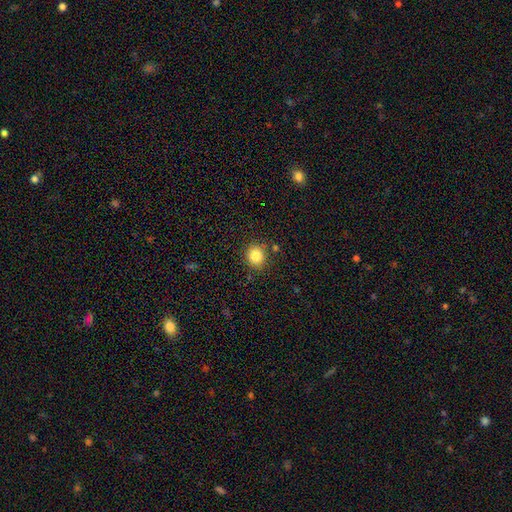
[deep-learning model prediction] This appears to be a smooth galaxy with no disk features (84%) that is round (83%). Merging: none (83%).